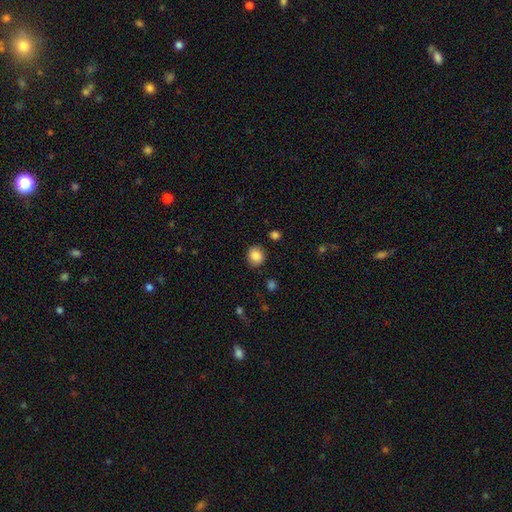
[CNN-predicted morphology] Smooth or featured? Predicted: smooth (p=0.86). How rounded? Predicted: round (p=0.77). Merging? Predicted: none (p=0.85).